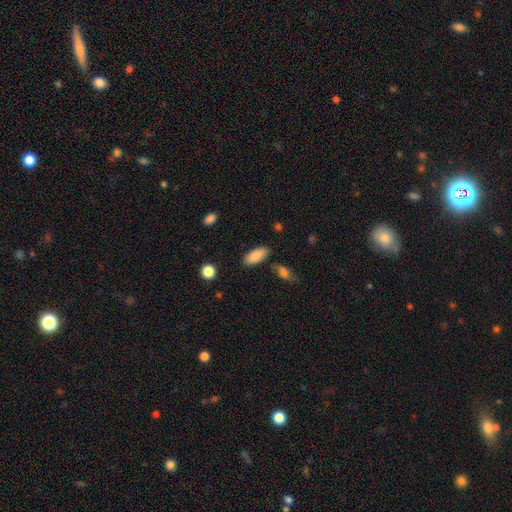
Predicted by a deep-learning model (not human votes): Overall: smooth (88%). How rounded: in between (90%). Merging: none (80%).